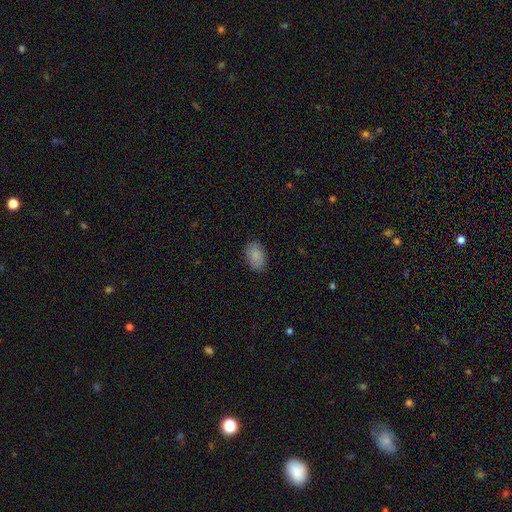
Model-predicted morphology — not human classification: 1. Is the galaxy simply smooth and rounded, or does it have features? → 86% smooth, 7% star or artifact, 7% featured or disk.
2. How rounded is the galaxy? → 88% in between, 11% round, 1% cigar-shaped.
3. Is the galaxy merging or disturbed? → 85% none, 12% minor disturbance, 3% major disturbance, 1% merger.